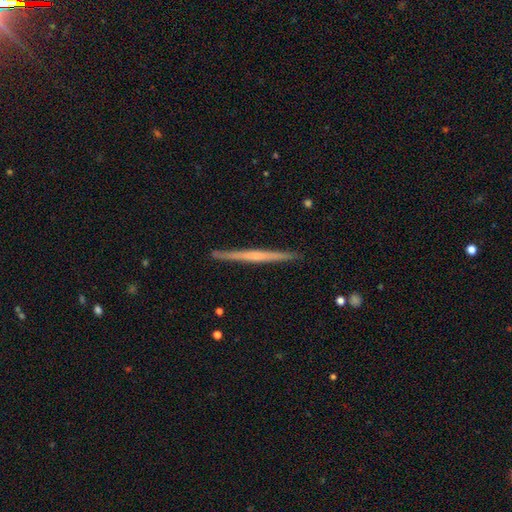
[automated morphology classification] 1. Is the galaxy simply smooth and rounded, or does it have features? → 64% featured or disk, 31% smooth, 5% star or artifact.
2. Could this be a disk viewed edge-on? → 98% yes, 2% no.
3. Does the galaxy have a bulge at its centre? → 67% none, 24% rounded, 8% boxy.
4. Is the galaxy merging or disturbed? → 92% none, 5% minor disturbance, 1% major disturbance, 1% merger.